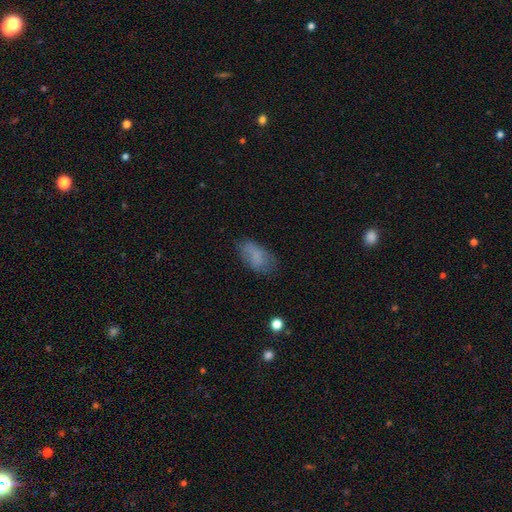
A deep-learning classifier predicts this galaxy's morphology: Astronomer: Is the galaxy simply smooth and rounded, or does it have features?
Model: smooth — 74%.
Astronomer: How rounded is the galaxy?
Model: in between — 92%.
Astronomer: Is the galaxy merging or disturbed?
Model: none — 63%.